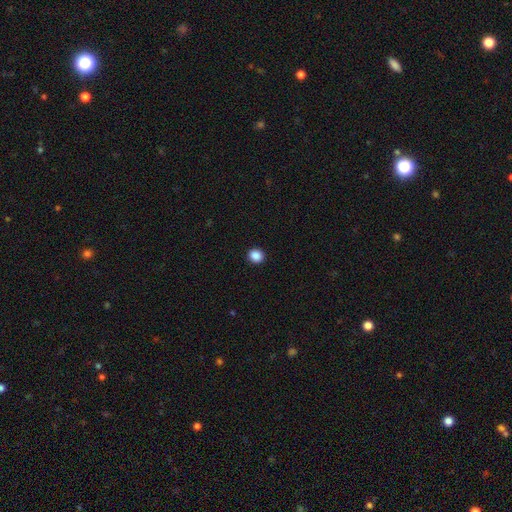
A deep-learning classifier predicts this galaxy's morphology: smooth-or-featured: smooth: 88% | star or artifact: 10% | featured or disk: 3%
  how-rounded: round: 83% | in between: 16% | cigar-shaped: 1%
  merging: none: 93% | minor disturbance: 4% | major disturbance: 1% | merger: 1%